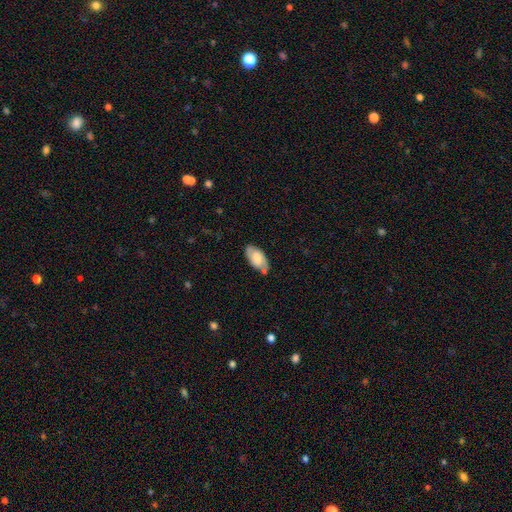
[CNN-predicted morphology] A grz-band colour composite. It shows a smooth galaxy with no disk features (46%, tied with featured or disk). Merging: none (73%).